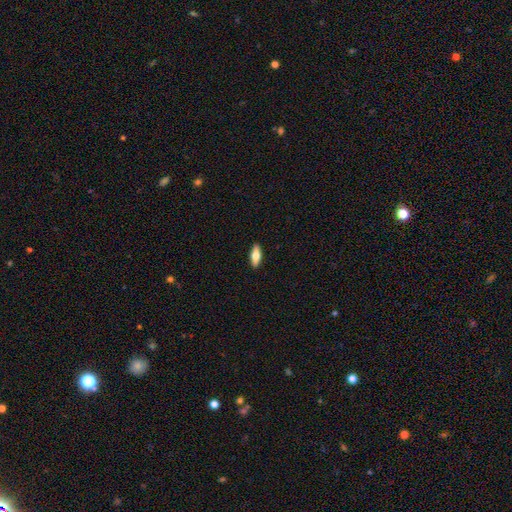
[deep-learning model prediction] Smooth or featured?
  - smooth: 63% *
  - featured or disk: 32%
  - star or artifact: 6%
How rounded?
  - in between: 63% *
  - cigar-shaped: 34%
  - round: 3%
Merging?
  - none: 91% *
  - minor disturbance: 7%
  - major disturbance: 1%
  - merger: 1%